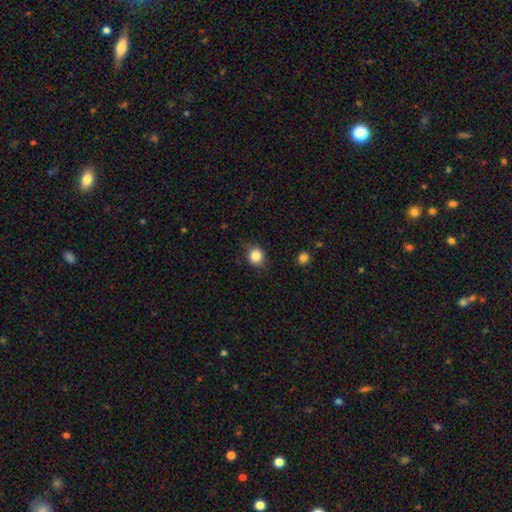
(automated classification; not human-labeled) Smooth or featured: smooth — 85% (star or artifact — 10%)
How rounded: round — 75% (in between — 24%)
Merging: none — 82% (minor disturbance — 14%)